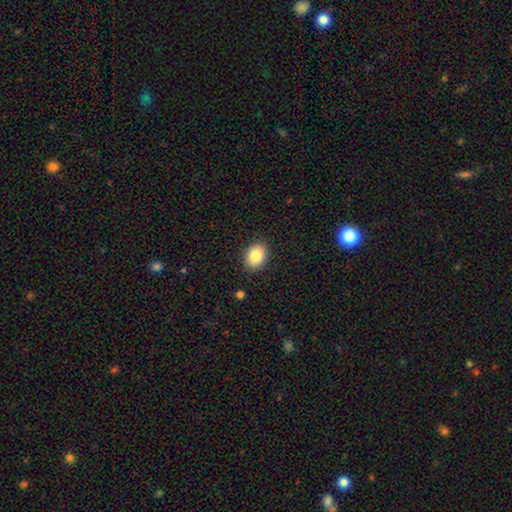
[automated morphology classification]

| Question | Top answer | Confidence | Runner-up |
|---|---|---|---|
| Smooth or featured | smooth | 86% | star or artifact (8%) |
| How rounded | in between | 66% | round (33%) |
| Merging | none | 90% | minor disturbance (7%) |